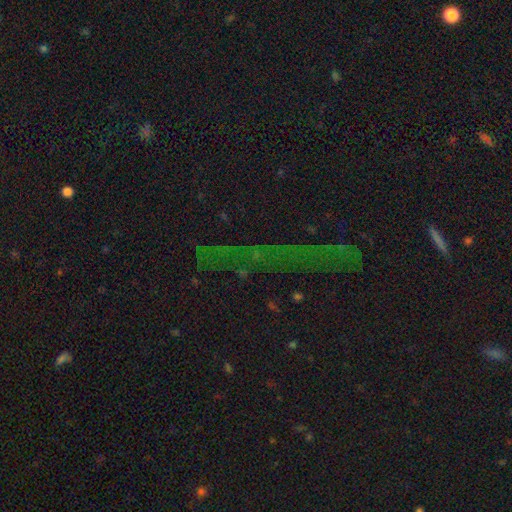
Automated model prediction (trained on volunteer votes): Morphology: type=star or artifact (73%).